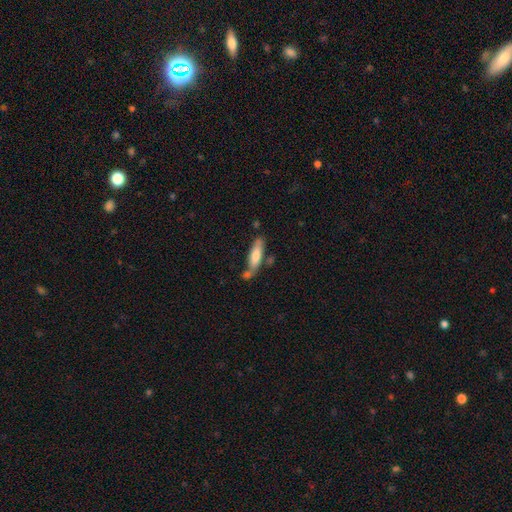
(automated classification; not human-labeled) This appears to be a smooth galaxy with no disk features (71%) that is cigar-shaped (61%). Merging: none (54%).